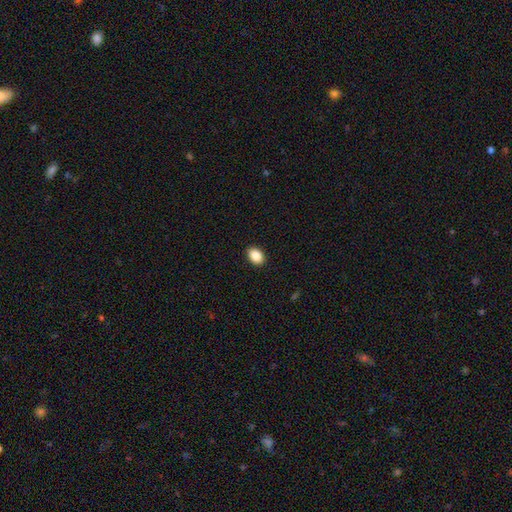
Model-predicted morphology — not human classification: A smooth galaxy with no disk features (89%) that is in between round and cigar-shaped (79%).

Vote fractions:
- Smooth or featured? smooth: 89% / star or artifact: 8% / featured or disk: 4%
- How rounded? in between: 79% / round: 20% / cigar-shaped: 1%
- Merging? none: 91% / minor disturbance: 6% / major disturbance: 2% / merger: 1%